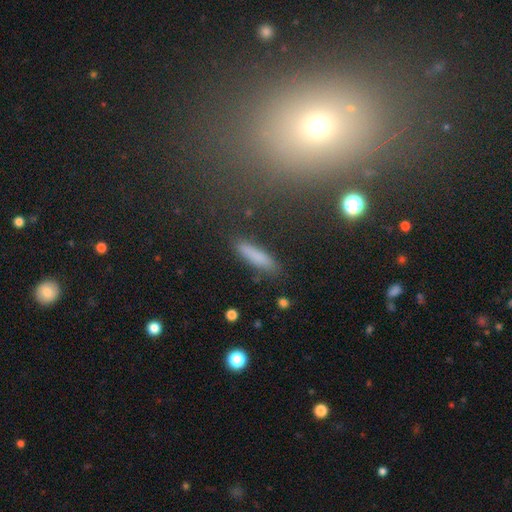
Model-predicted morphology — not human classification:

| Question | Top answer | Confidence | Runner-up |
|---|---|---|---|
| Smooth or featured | smooth | 81% | featured or disk (11%) |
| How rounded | cigar-shaped | 81% | in between (17%) |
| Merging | none | 84% | minor disturbance (11%) |